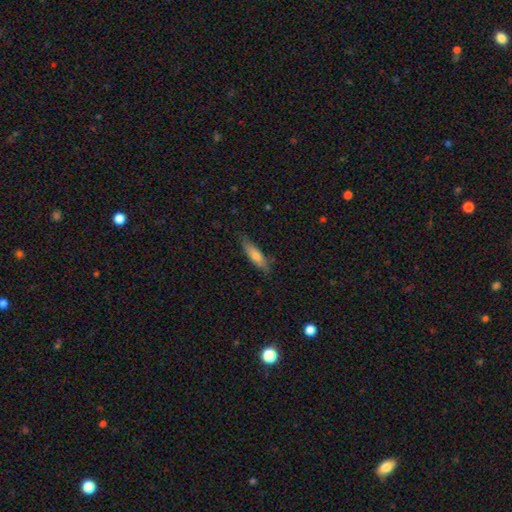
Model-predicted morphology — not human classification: Smooth or featured? smooth (65%)
How rounded? cigar-shaped (70%)
Merging? none (78%)